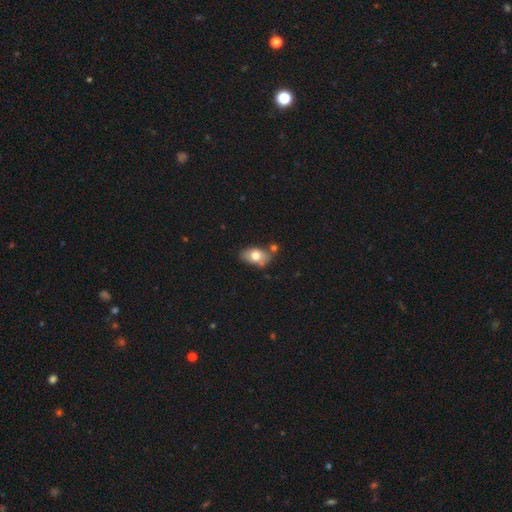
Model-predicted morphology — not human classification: smooth_or_featured: smooth (p=0.70) [alt: featured or disk p=0.23]
how_rounded: in between (p=0.86) [alt: round p=0.12]
merging: none (p=0.59) [alt: minor disturbance p=0.21]